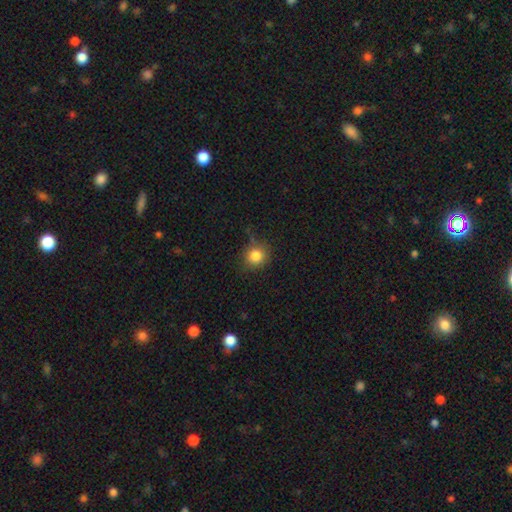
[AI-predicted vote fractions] Smooth or featured?
  - smooth: 84% *
  - star or artifact: 11%
  - featured or disk: 6%
How rounded?
  - round: 88% *
  - in between: 11%
  - cigar-shaped: 1%
Merging?
  - none: 75% *
  - minor disturbance: 18%
  - major disturbance: 5%
  - merger: 2%